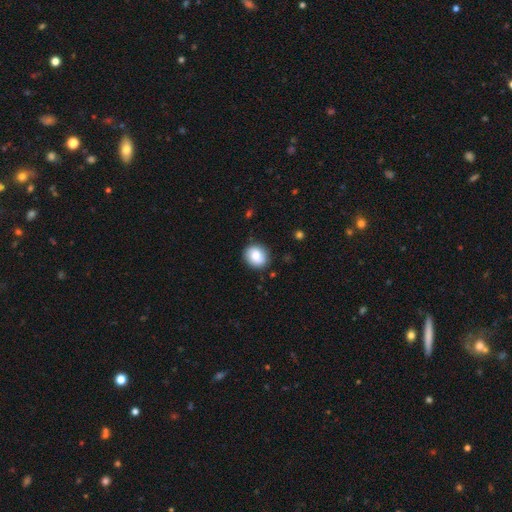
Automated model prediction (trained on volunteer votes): The model was most divided on "how rounded": round: 70%, in between: 29%, cigar-shaped: 1%. More confident: merging — none (85%); smooth or featured — smooth (80%).